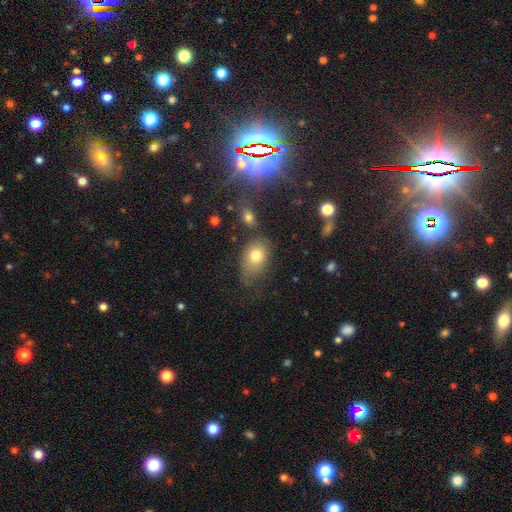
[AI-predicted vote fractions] A smooth galaxy with no disk features (76%) that is in between round and cigar-shaped (76%).

Vote fractions:
- Smooth or featured? smooth: 76% / featured or disk: 14% / star or artifact: 10%
- How rounded? in between: 76% / round: 23% / cigar-shaped: 1%
- Merging? none: 49% / minor disturbance: 27% / major disturbance: 15% / merger: 9%